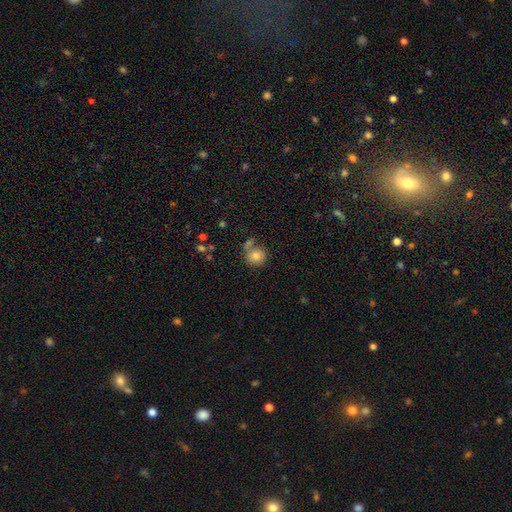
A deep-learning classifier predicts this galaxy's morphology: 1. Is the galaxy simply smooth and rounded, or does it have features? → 78% smooth, 12% featured or disk, 10% star or artifact.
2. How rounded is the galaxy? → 89% round, 10% in between, 1% cigar-shaped.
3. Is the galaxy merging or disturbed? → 59% none, 22% merger, 13% minor disturbance, 5% major disturbance.